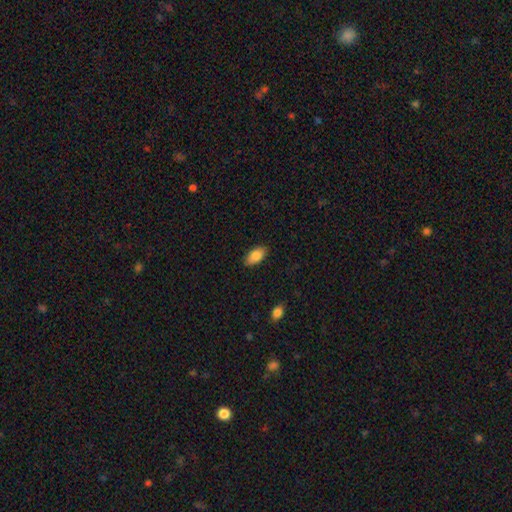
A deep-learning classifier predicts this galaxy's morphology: Smooth or featured?
  - smooth: 85% *
  - featured or disk: 8%
  - star or artifact: 7%
How rounded?
  - in between: 93% *
  - cigar-shaped: 5%
  - round: 3%
Merging?
  - none: 87% *
  - minor disturbance: 10%
  - major disturbance: 2%
  - merger: 1%